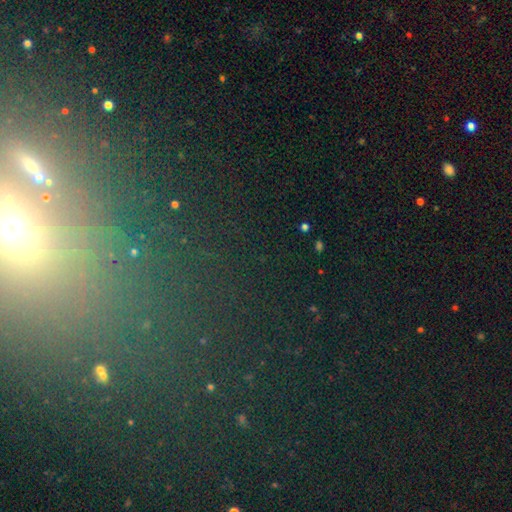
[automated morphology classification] Overall: star or artifact (71%).